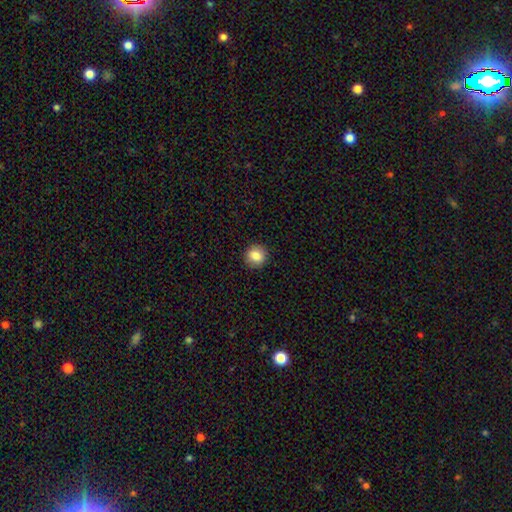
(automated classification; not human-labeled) smooth-or-featured: smooth: 84% | star or artifact: 9% | featured or disk: 7%
  how-rounded: round: 89% | in between: 10% | cigar-shaped: 1%
  merging: none: 91% | minor disturbance: 6% | major disturbance: 2% | merger: 1%